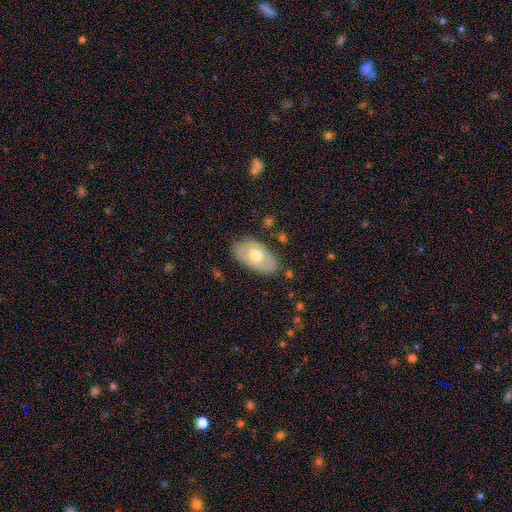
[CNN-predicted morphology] smooth 49%, featured or disk 45%, star or artifact 6%. Down the decision tree: merging — none (78%).